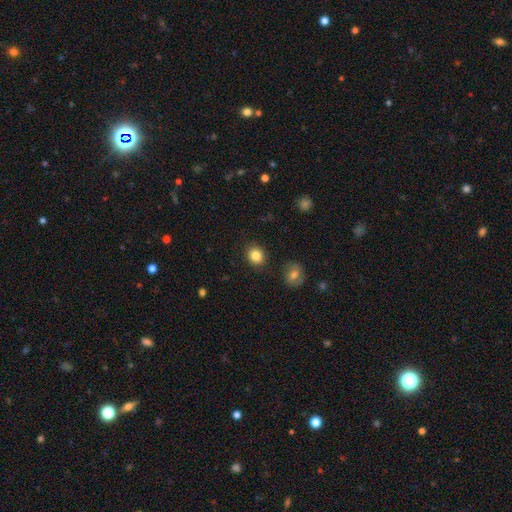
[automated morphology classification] type=smooth (85%); roundness=round (70%); merging=none (88%).